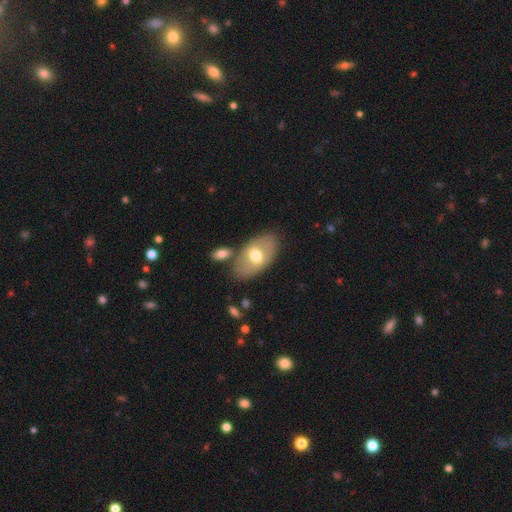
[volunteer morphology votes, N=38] Smooth or featured? 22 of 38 (58%) said smooth. How rounded? 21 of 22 (95%) said in between. Merging? 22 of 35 (63%) said none.